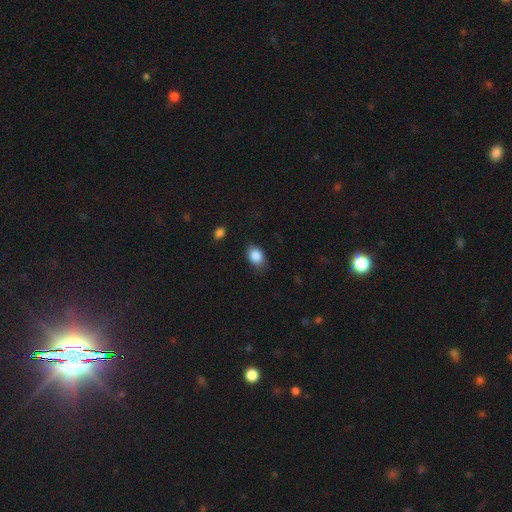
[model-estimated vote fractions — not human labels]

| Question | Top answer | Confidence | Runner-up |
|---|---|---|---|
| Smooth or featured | smooth | 87% | star or artifact (8%) |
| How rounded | in between | 79% | round (20%) |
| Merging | none | 78% | minor disturbance (17%) |